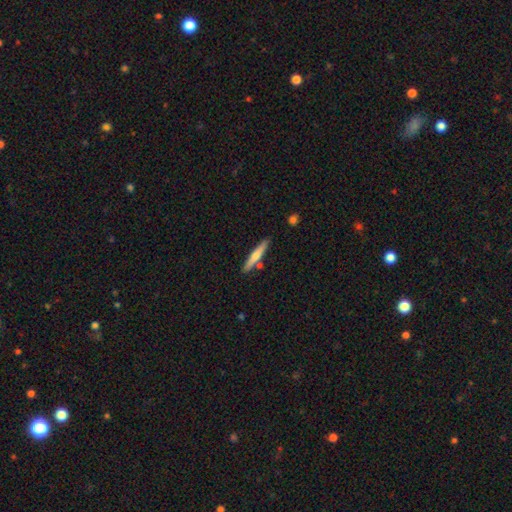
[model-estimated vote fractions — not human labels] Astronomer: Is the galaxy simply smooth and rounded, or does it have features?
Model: smooth — 58% (runner-up: featured or disk, 36%).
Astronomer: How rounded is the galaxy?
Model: cigar-shaped — 93%.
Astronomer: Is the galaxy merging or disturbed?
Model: none — 83%.